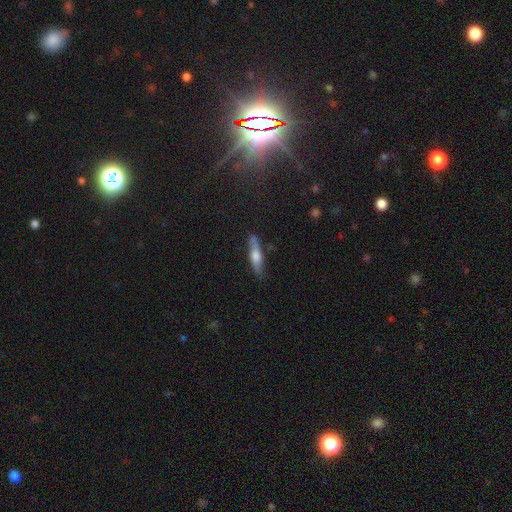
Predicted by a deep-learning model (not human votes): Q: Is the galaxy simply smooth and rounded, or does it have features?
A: featured or disk — 48%.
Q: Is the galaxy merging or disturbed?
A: none — 82%.